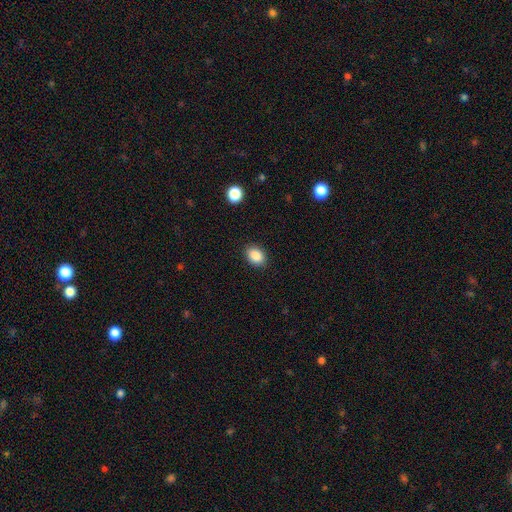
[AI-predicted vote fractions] Smooth or featured? Predicted: smooth (p=0.87). How rounded? Predicted: in between (p=0.70). Merging? Predicted: none (p=0.88).